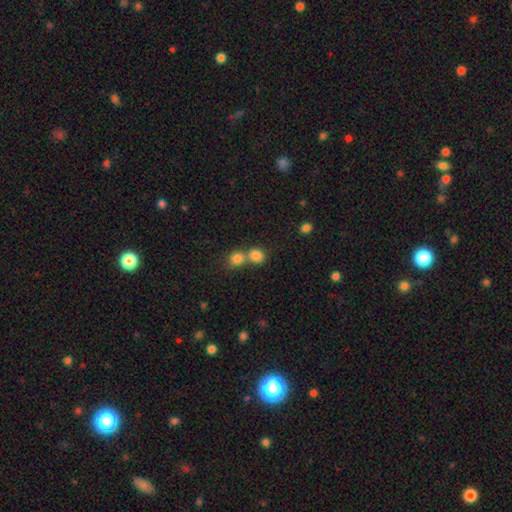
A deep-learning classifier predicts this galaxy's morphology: smooth_or_featured: smooth (p=0.82) [alt: star or artifact p=0.11]
how_rounded: round (p=0.75) [alt: in between p=0.24]
merging: merger (p=0.49) [alt: none p=0.42]